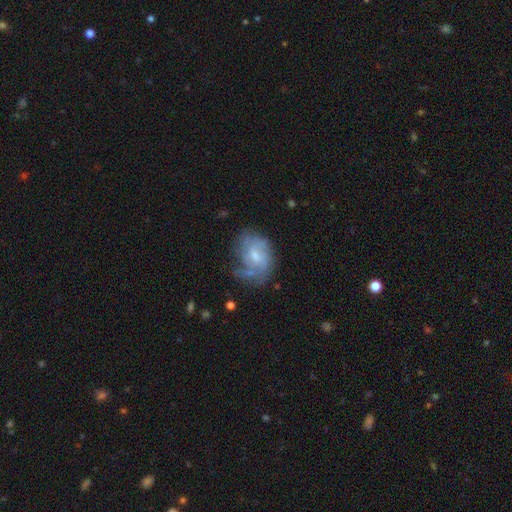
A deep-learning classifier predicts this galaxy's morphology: Q: Smooth or featured?
A: featured or disk (62%); runner-up: smooth (31%)
Q: Edge-on disk?
A: no (97%); runner-up: yes (3%)
Q: Bar?
A: no (54%); runner-up: weak (41%)
Q: Spiral arms?
A: yes (73%); runner-up: no (27%)
Q: Bulge size?
A: small (48%); runner-up: moderate (43%)
Q: Merging?
A: none (44%); runner-up: minor disturbance (28%)